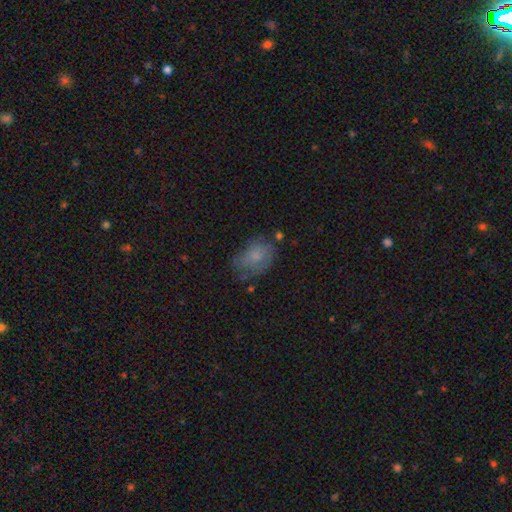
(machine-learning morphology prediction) This is likely a smooth galaxy (60%). How rounded: likely in between (76%). Merging: possibly none (45%).